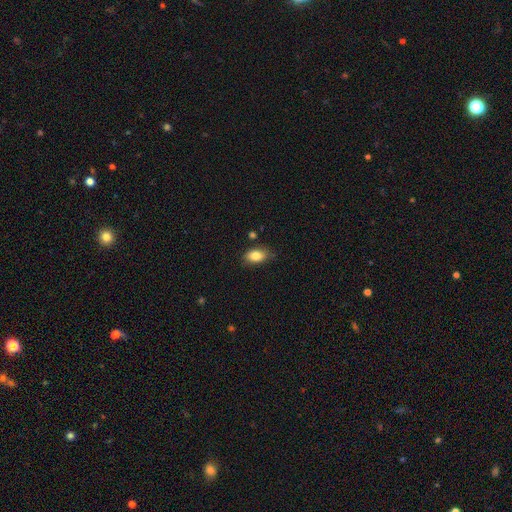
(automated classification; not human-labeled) smooth_or_featured: smooth (p=0.84) [alt: star or artifact p=0.08]
how_rounded: in between (p=0.86) [alt: round p=0.12]
merging: none (p=0.79) [alt: minor disturbance p=0.16]